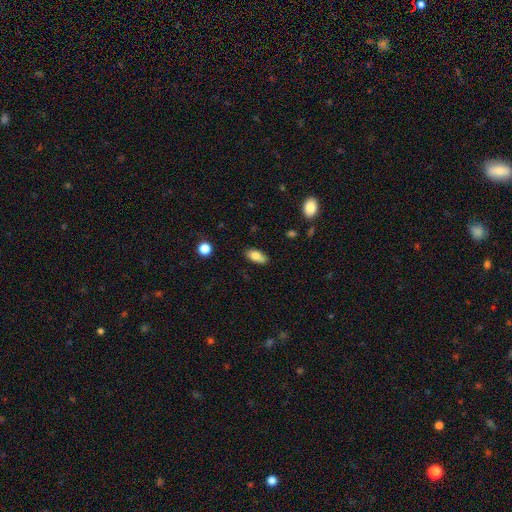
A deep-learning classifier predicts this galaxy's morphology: A smooth galaxy with no disk features (81%) that is in between round and cigar-shaped (88%).

Vote fractions:
- Smooth or featured? smooth: 81% / featured or disk: 12% / star or artifact: 7%
- How rounded? in between: 88% / cigar-shaped: 8% / round: 3%
- Merging? none: 83% / minor disturbance: 13% / major disturbance: 2% / merger: 2%